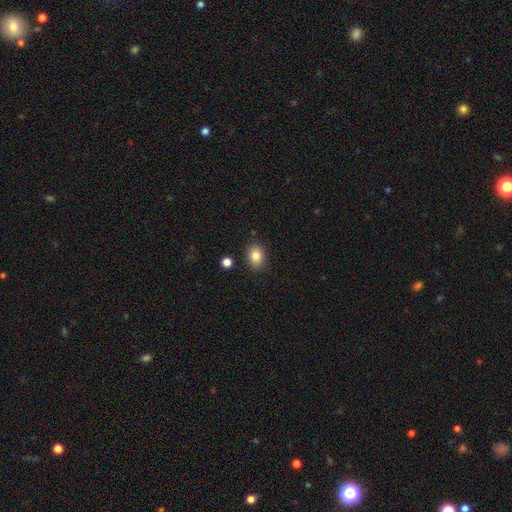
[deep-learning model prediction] Morphology: type=smooth (84%); roundness=in between (69%); merging=none (86%).